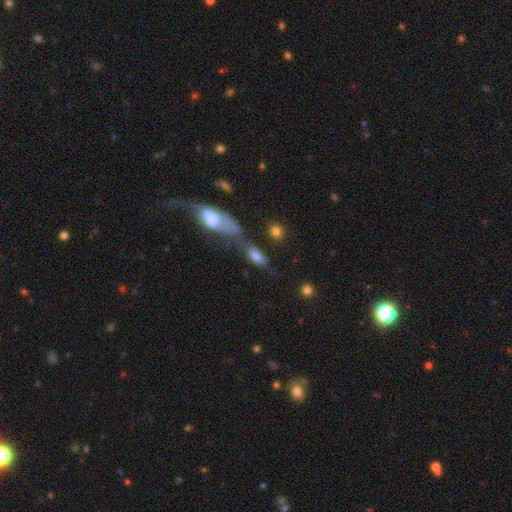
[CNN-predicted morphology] This is possibly a smooth galaxy (56%). How rounded: likely in between (72%). Merging: marginally merger (35%).